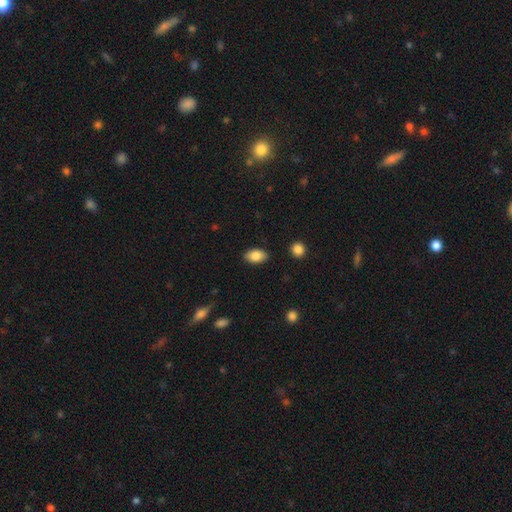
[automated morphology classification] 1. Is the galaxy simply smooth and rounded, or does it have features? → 85% smooth, 7% featured or disk, 7% star or artifact.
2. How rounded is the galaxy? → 91% in between, 7% round, 2% cigar-shaped.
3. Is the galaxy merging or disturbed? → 87% none, 9% minor disturbance, 2% major disturbance, 1% merger.